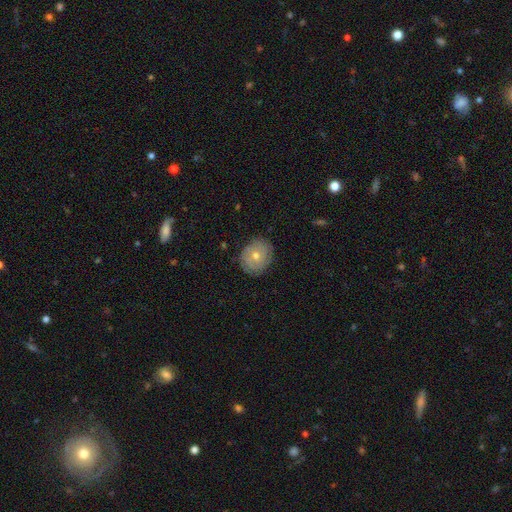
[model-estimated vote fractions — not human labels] Morphology: type=featured or disk (51%); edge-on=no (95%); merging=none (83%).